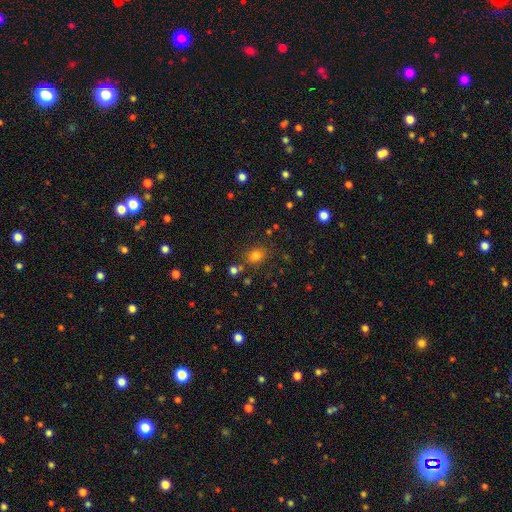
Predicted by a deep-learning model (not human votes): smooth-or-featured: smooth: 76% | star or artifact: 16% | featured or disk: 7%
  how-rounded: round: 56% | in between: 43% | cigar-shaped: 1%
  merging: none: 77% | minor disturbance: 12% | merger: 7% | major disturbance: 4%